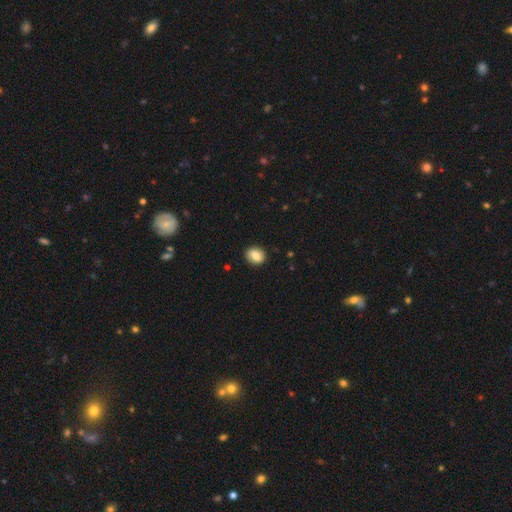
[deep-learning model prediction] This is clearly a smooth galaxy (81%). How rounded: possibly round (53%). Merging: clearly none (88%).